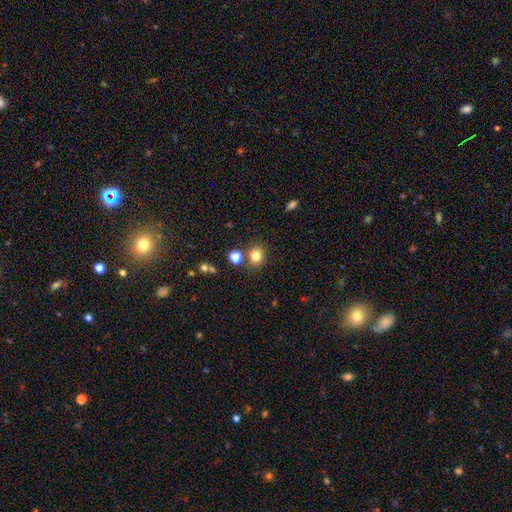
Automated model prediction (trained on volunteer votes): The model was most divided on "how rounded": round: 73%, in between: 27%, cigar-shaped: 1%. More confident: smooth or featured — smooth (80%); merging — none (75%).